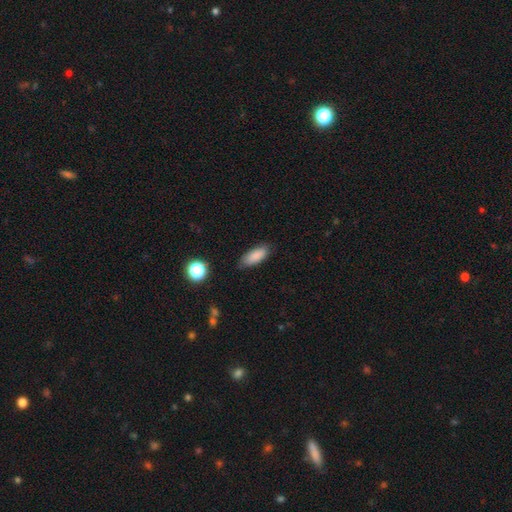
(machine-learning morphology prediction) Smooth or featured?
  - smooth: 87% *
  - star or artifact: 8%
  - featured or disk: 5%
How rounded?
  - in between: 77% *
  - cigar-shaped: 21%
  - round: 2%
Merging?
  - none: 83% *
  - minor disturbance: 13%
  - major disturbance: 3%
  - merger: 1%